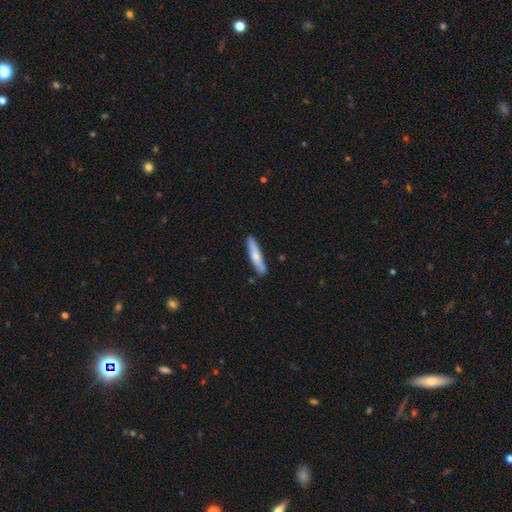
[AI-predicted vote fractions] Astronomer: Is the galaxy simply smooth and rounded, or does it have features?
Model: smooth — 66%.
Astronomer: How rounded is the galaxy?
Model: cigar-shaped — 88%.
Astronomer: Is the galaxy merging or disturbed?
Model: none — 85%.